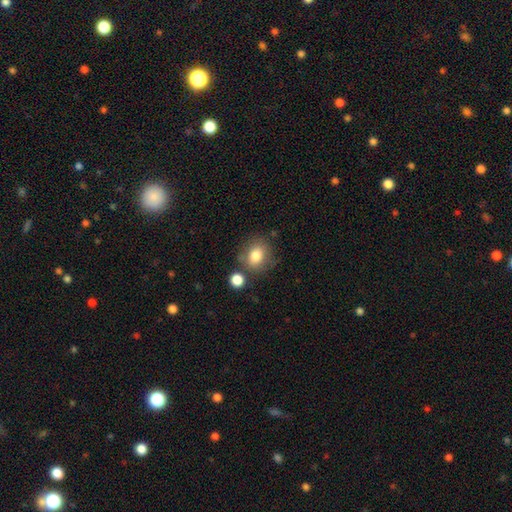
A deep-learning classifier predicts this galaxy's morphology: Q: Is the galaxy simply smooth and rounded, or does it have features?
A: smooth — 80%.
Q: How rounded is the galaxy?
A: round — 61%.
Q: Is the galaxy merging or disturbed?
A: none — 72%.